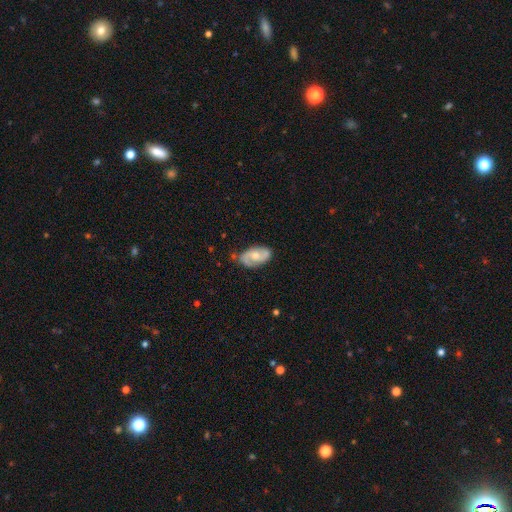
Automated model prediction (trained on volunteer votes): Smooth or featured: featured or disk — 73% (smooth — 21%)
Edge-on disk: no — 96% (yes — 4%)
Bar: no — 60% (weak — 34%)
Spiral arms: yes — 92% (no — 8%)
Spiral winding: medium — 48% (tight — 32%)
Spiral arm count: 2 — 85% (can't tell — 8%)
Bulge size: moderate — 57% (small — 35%)
Merging: none — 72% (minor disturbance — 21%)